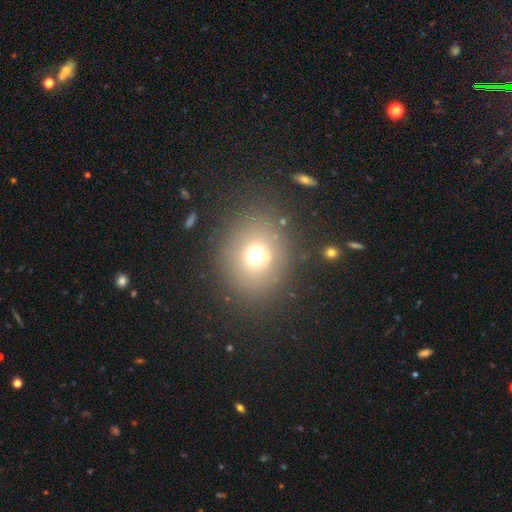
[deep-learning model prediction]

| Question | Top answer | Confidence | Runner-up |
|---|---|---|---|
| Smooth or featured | smooth | 66% | star or artifact (22%) |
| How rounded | round | 78% | in between (21%) |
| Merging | none | 80% | minor disturbance (9%) |